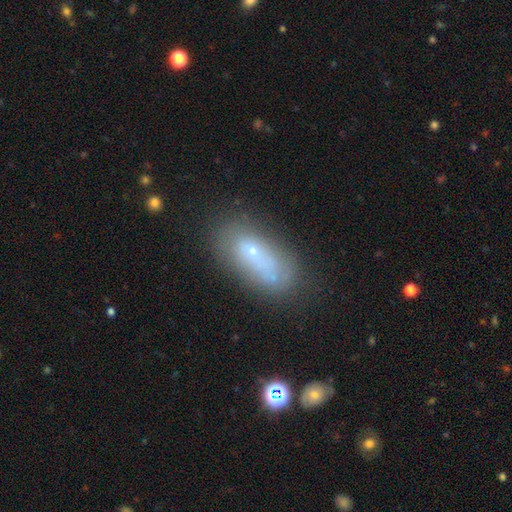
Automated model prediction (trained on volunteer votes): Smooth or featured? Predicted: smooth (p=0.51). How rounded? Predicted: in between (p=0.84). Merging? Predicted: none (p=0.53).